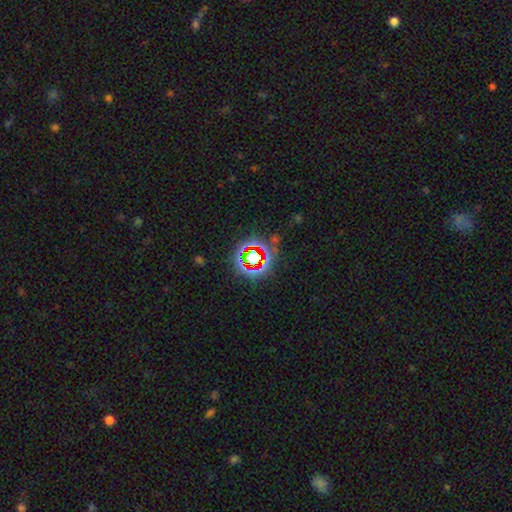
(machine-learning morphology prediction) Smooth or featured? Predicted: star or artifact (p=0.68).